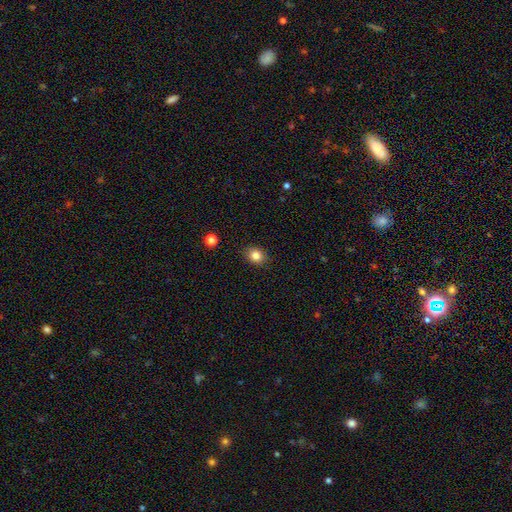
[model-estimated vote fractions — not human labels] The model was most divided on "how rounded": round: 59%, in between: 40%, cigar-shaped: 1%. More confident: merging — none (88%); smooth or featured — smooth (83%).